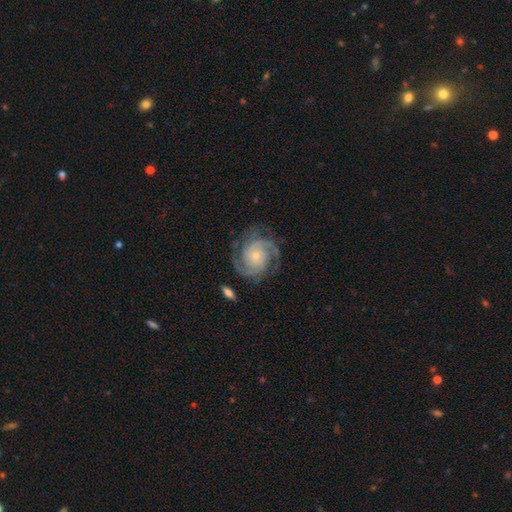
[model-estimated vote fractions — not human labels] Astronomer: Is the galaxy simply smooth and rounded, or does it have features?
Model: featured or disk — 89%.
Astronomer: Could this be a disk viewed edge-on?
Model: no — 98%.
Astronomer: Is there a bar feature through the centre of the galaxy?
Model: no — 75%.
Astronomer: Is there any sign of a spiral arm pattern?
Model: yes — 98%.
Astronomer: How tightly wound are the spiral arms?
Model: tight — 57% (runner-up: medium, 36%).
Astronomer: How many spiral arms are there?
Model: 2 — 57%.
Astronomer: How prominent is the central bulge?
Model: small — 71%.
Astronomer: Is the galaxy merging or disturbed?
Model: none — 77%.